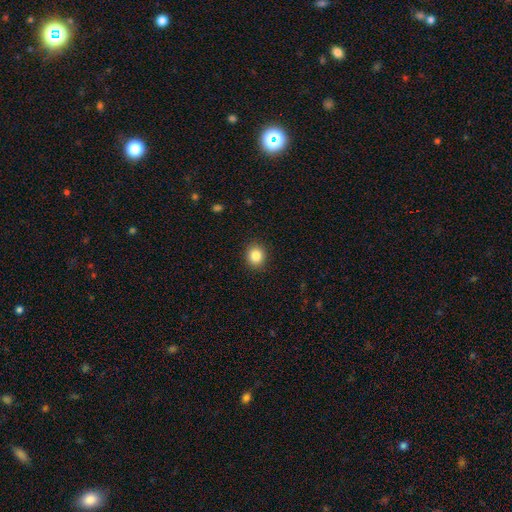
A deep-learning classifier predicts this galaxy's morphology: smooth_or_featured: smooth (p=0.85) [alt: star or artifact p=0.10]
how_rounded: round (p=0.82) [alt: in between p=0.17]
merging: none (p=0.91) [alt: minor disturbance p=0.06]